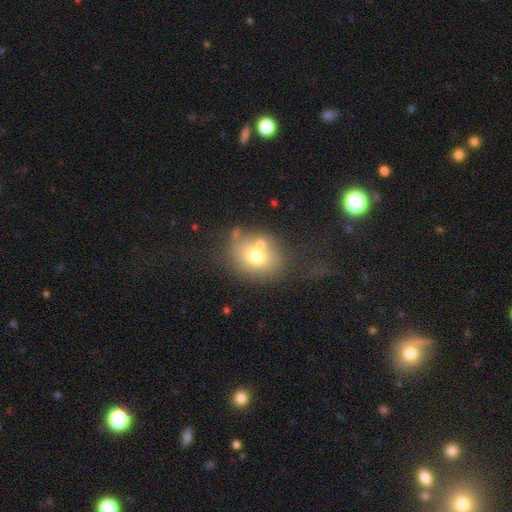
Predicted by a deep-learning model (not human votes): Q: Smooth or featured?
A: smooth (68%); runner-up: featured or disk (20%)
Q: How rounded?
A: round (55%); runner-up: in between (44%)
Q: Merging?
A: none (54%); runner-up: merger (21%)